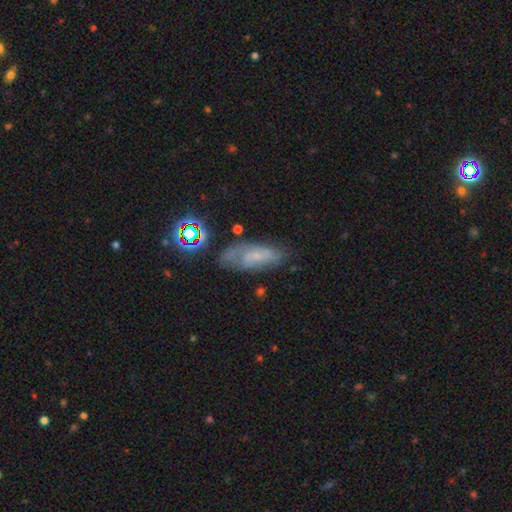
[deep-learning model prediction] featured or disk 52%, smooth 33%, star or artifact 15%. Down the decision tree: edge-on disk — no (85%); merging — none (59%).